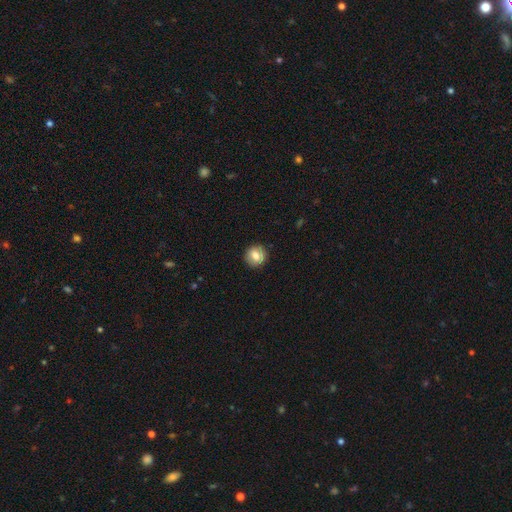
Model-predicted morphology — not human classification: This is likely a smooth galaxy (75%). How rounded: clearly round (88%). Merging: clearly none (90%).